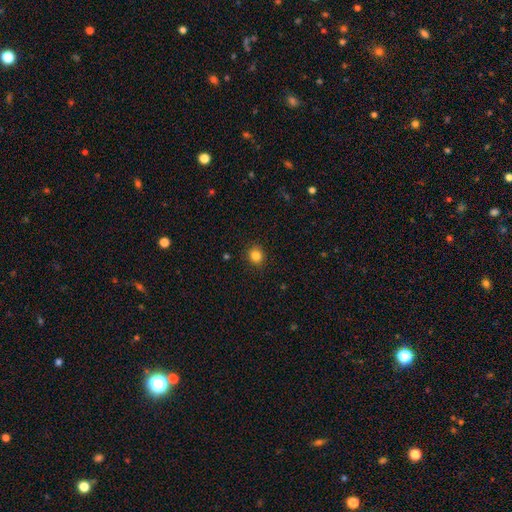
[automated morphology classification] smooth 84%, star or artifact 11%, featured or disk 4%. Down the decision tree: how rounded — round (81%); merging — none (90%).